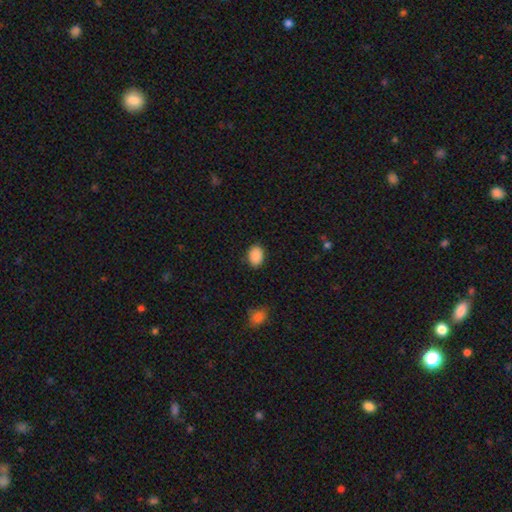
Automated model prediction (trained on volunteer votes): Q: Smooth or featured?
A: smooth (89%); runner-up: star or artifact (8%)
Q: How rounded?
A: in between (73%); runner-up: round (26%)
Q: Merging?
A: none (87%); runner-up: minor disturbance (9%)